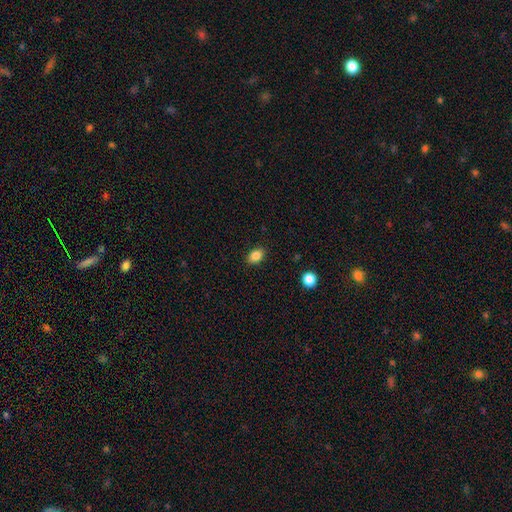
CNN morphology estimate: smooth 85%, star or artifact 10%, featured or disk 5%. Down the decision tree: how rounded — in between (79%); merging — none (87%).